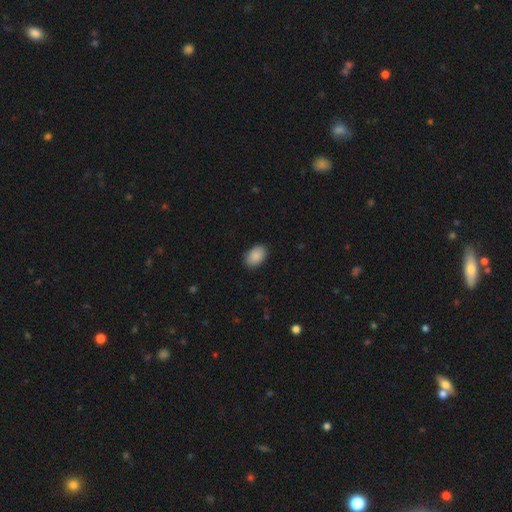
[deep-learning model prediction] Smooth or featured?
  - smooth: 90% *
  - star or artifact: 7%
  - featured or disk: 4%
How rounded?
  - in between: 89% *
  - round: 10%
  - cigar-shaped: 1%
Merging?
  - none: 88% *
  - minor disturbance: 9%
  - major disturbance: 2%
  - merger: 1%